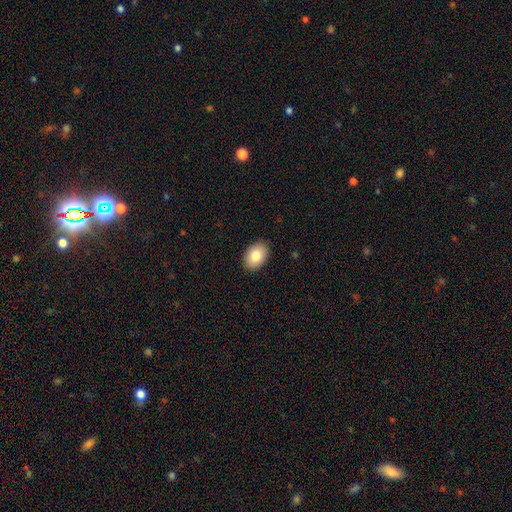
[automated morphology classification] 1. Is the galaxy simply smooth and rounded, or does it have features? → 82% smooth, 10% featured or disk, 7% star or artifact.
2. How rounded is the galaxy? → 87% in between, 12% round, 1% cigar-shaped.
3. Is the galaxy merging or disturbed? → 90% none, 8% minor disturbance, 2% major disturbance, 1% merger.